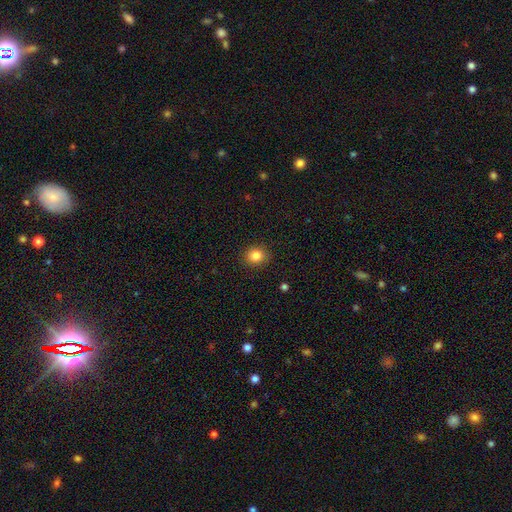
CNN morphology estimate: Smooth or featured? smooth (84%)
How rounded? round (82%)
Merging? none (90%)